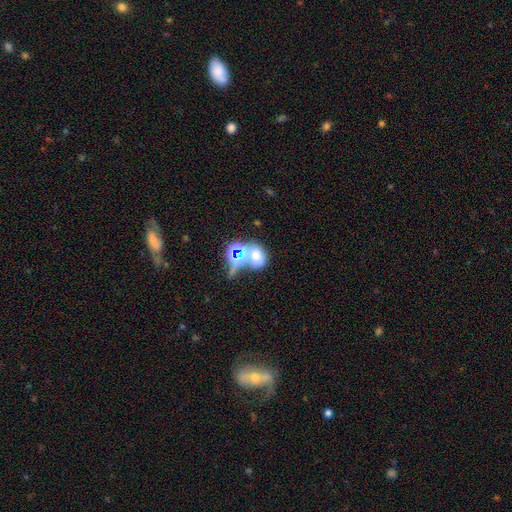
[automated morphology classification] Q: Smooth or featured?
A: smooth (55%); runner-up: star or artifact (28%)
Q: How rounded?
A: in between (57%); runner-up: round (41%)
Q: Merging?
A: merger (40%); runner-up: none (38%)